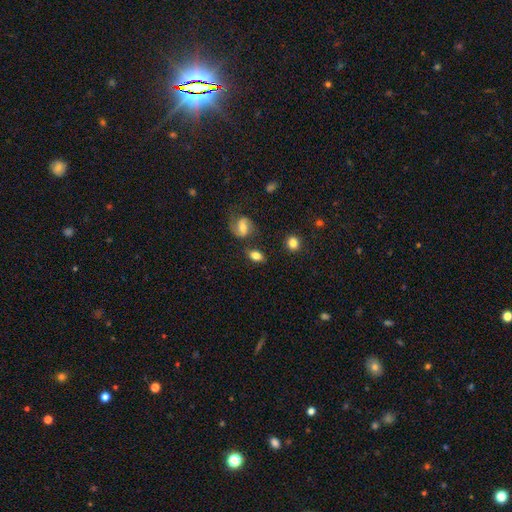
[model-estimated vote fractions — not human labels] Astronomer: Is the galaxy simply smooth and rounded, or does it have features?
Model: smooth — 75%.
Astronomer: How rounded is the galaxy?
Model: in between — 81%.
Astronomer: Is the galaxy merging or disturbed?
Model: none — 73%.